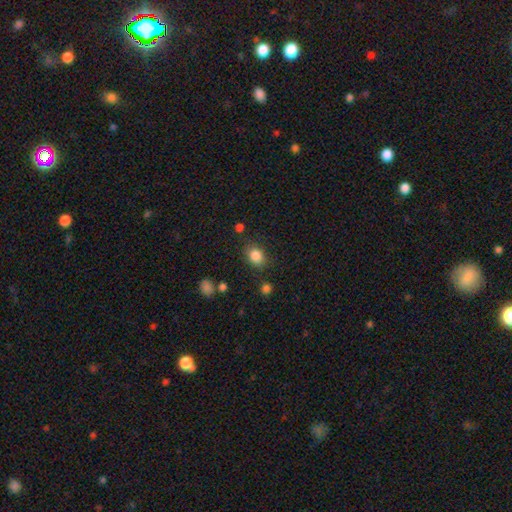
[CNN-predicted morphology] A smooth galaxy with no disk features (85%) that is in between round and cigar-shaped (55%). Merging: none (78%).